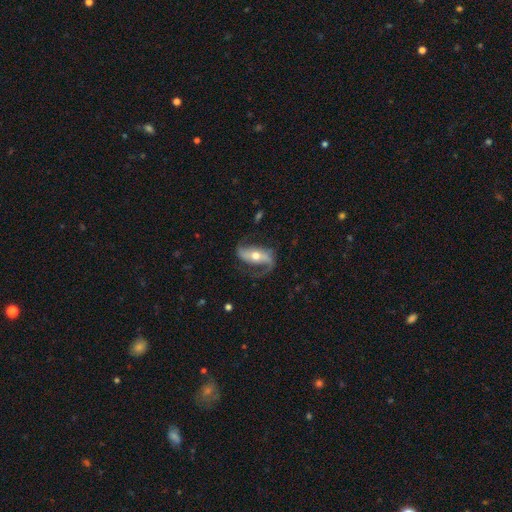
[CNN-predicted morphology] type=featured or disk (84%); edge-on=no (94%); bar=strong (39%); spiral arms=yes (95%); winding=loose (58%); arm count=2 (87%); bulge=moderate (67%); merging=none (71%).